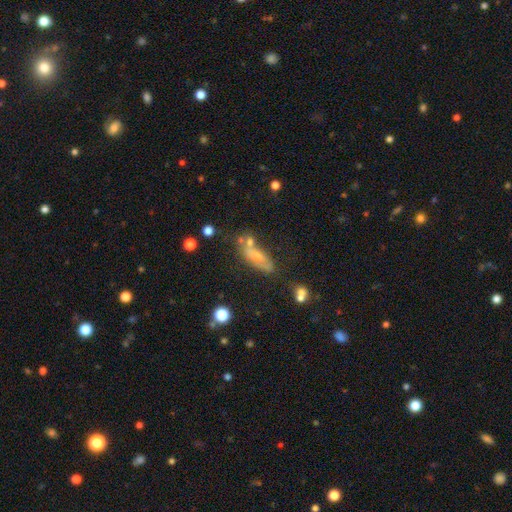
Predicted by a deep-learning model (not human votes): smooth 49%, featured or disk 38%, star or artifact 13%. Down the decision tree: merging — none (45%).